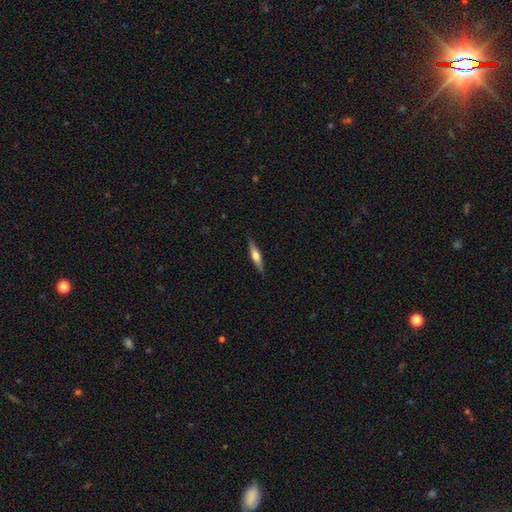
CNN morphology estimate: A featured or disk galaxy (55%) viewed edge-on (95%) with a rounded central bulge (86%).

Vote fractions:
- Smooth or featured? featured or disk: 55% / smooth: 40% / star or artifact: 6%
- Edge-on disk? yes: 95% / no: 5%
- Edge-on bulge? rounded: 86% / boxy: 9% / none: 5%
- Merging? none: 86% / minor disturbance: 11% / major disturbance: 2% / merger: 1%